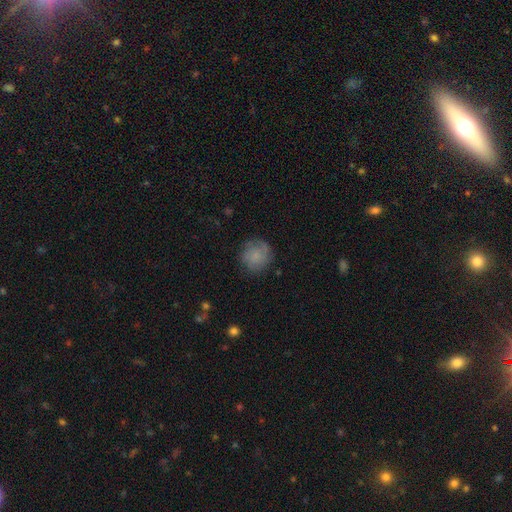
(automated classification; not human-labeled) Smooth or featured?
  - smooth: 71% *
  - featured or disk: 20%
  - star or artifact: 8%
How rounded?
  - round: 89% *
  - in between: 10%
  - cigar-shaped: 1%
Merging?
  - none: 73% *
  - minor disturbance: 18%
  - major disturbance: 7%
  - merger: 1%